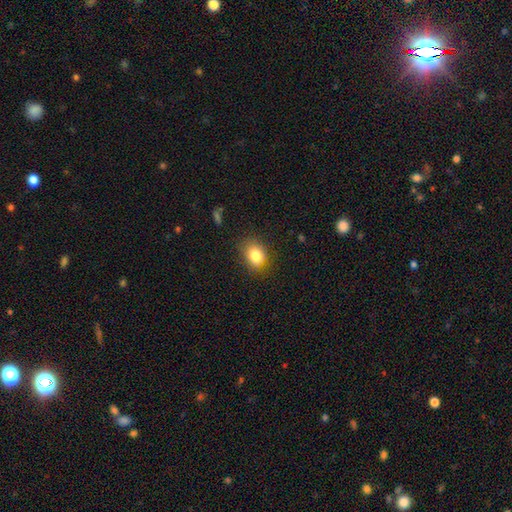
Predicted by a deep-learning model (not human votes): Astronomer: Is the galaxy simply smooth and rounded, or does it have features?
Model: smooth — 84%.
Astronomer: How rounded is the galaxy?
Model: in between — 63%.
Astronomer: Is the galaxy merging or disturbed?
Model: none — 77%.